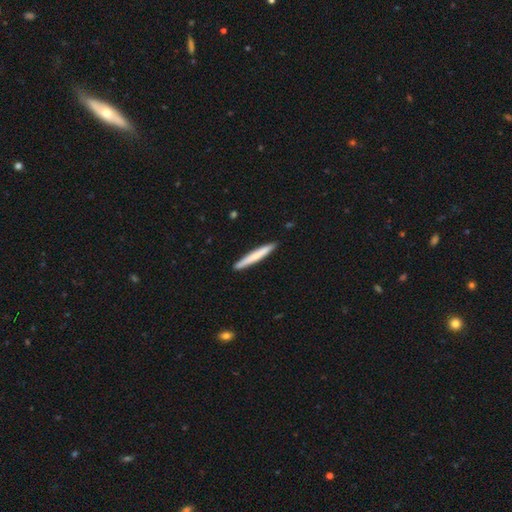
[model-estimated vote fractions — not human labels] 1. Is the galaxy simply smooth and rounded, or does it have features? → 68% smooth, 27% featured or disk, 5% star or artifact.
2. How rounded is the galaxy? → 96% cigar-shaped, 3% in between, 1% round.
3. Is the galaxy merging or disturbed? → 91% none, 6% minor disturbance, 1% merger, 1% major disturbance.